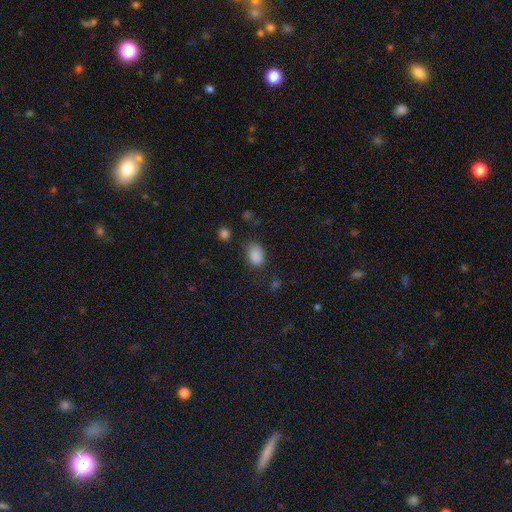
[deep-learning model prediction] This appears to be a smooth galaxy with no disk features (86%) that is in between round and cigar-shaped (78%). Merging: none (68%).